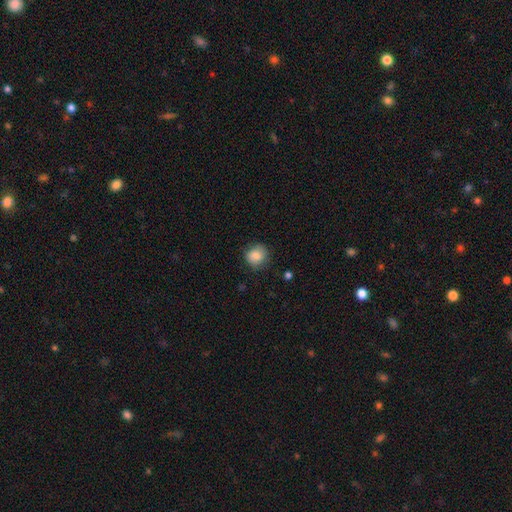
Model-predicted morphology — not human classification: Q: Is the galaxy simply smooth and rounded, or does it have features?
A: smooth — 83%.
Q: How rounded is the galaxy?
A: round — 84%.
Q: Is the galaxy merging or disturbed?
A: none — 79%.